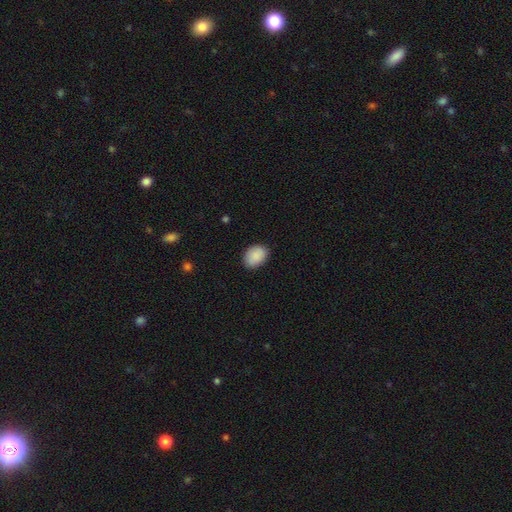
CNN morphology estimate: smooth-or-featured: smooth: 90% | star or artifact: 7% | featured or disk: 4%
  how-rounded: in between: 72% | round: 27% | cigar-shaped: 1%
  merging: none: 85% | minor disturbance: 12% | major disturbance: 2% | merger: 1%